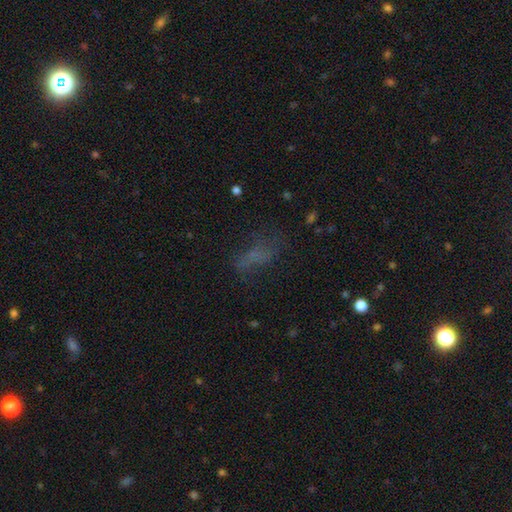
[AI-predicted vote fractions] Smooth or featured? smooth (53%)
How rounded? in between (72%)
Merging? none (51%)